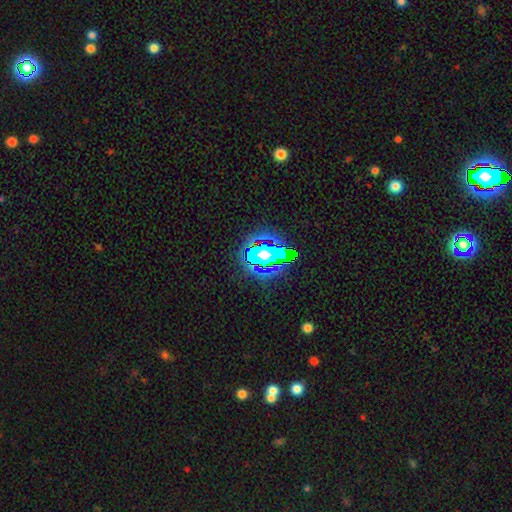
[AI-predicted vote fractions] Overall: star or artifact (77%).